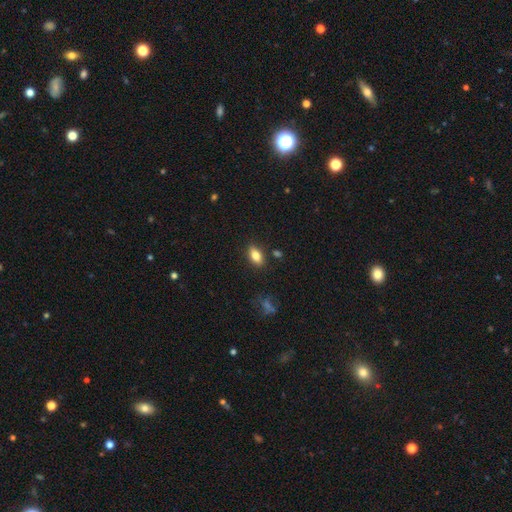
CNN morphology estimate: Q: Smooth or featured?
A: smooth (80%); runner-up: featured or disk (11%)
Q: How rounded?
A: in between (88%); runner-up: cigar-shaped (6%)
Q: Merging?
A: none (83%); runner-up: minor disturbance (11%)